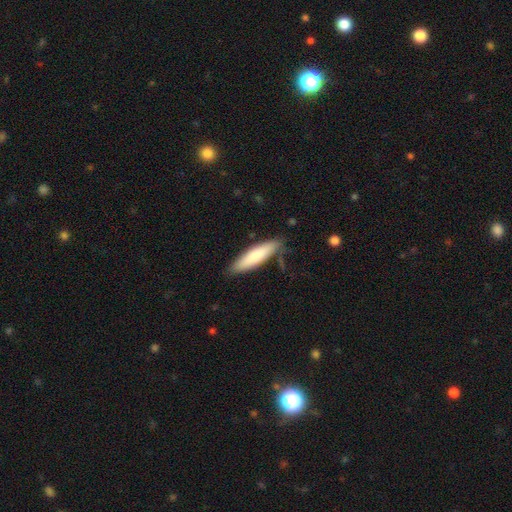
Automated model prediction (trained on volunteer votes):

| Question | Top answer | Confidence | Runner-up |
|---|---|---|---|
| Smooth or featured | smooth | 76% | featured or disk (19%) |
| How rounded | cigar-shaped | 67% | in between (31%) |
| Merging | none | 82% | minor disturbance (13%) |